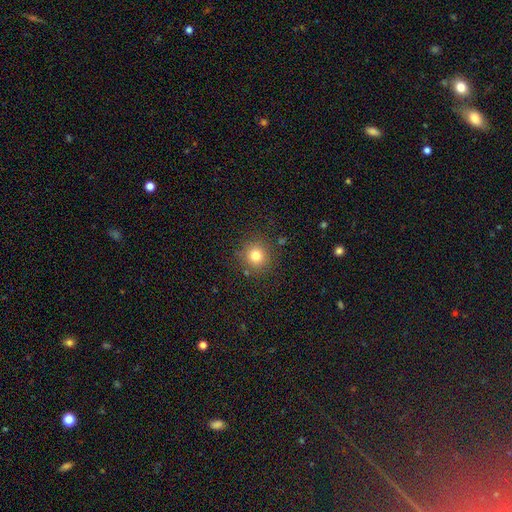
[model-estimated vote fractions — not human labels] Smooth or featured?
  - smooth: 79% *
  - star or artifact: 14%
  - featured or disk: 7%
How rounded?
  - round: 93% *
  - in between: 6%
  - cigar-shaped: 1%
Merging?
  - none: 86% *
  - minor disturbance: 8%
  - major disturbance: 3%
  - merger: 3%